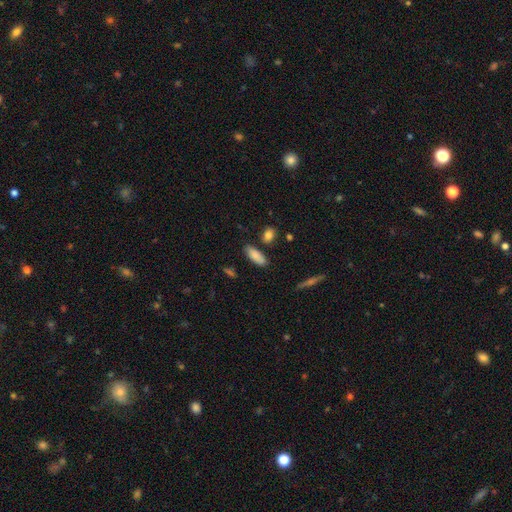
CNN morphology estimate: Overall: smooth (85%). How rounded: in between (72%). Merging: none (81%).